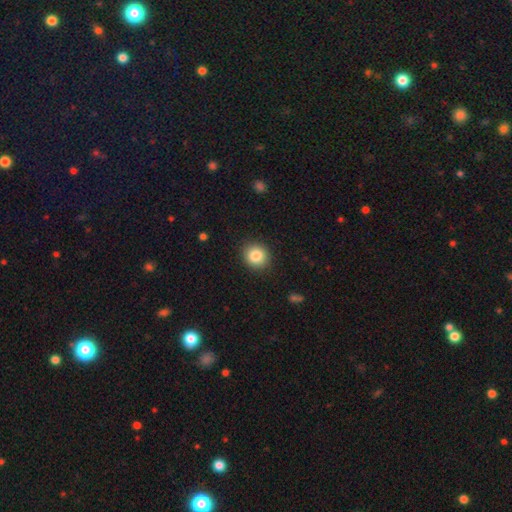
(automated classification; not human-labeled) A smooth galaxy with no disk features (84%) that is round (79%).

Vote fractions:
- Smooth or featured? smooth: 84% / star or artifact: 9% / featured or disk: 6%
- How rounded? round: 79% / in between: 20% / cigar-shaped: 1%
- Merging? none: 90% / minor disturbance: 7% / major disturbance: 2% / merger: 1%